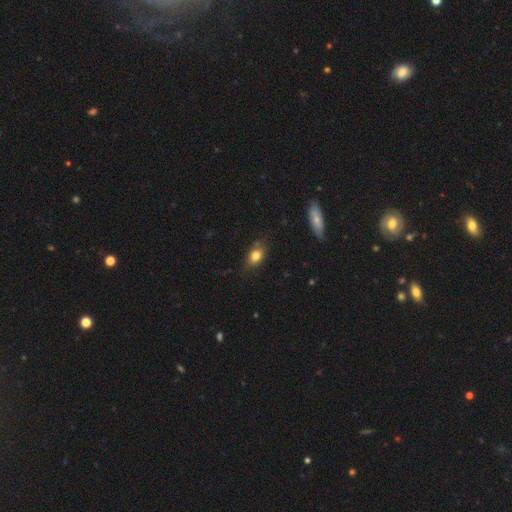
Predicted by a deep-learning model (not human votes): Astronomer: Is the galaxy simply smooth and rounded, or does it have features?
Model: smooth — 79%.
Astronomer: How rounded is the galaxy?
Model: in between — 79%.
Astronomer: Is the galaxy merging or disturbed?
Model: none — 71%.